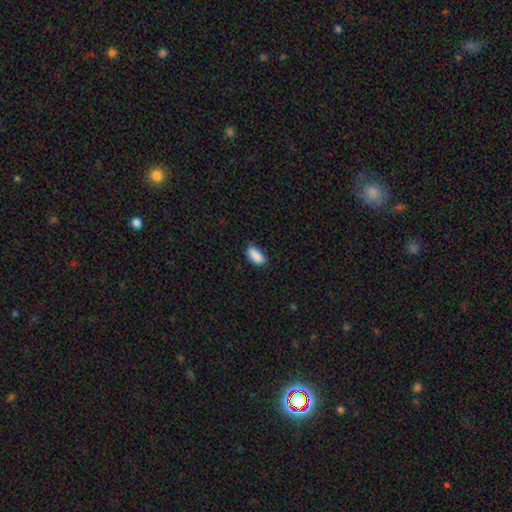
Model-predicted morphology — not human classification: Overall: smooth (89%). How rounded: in between (89%). Merging: none (81%).